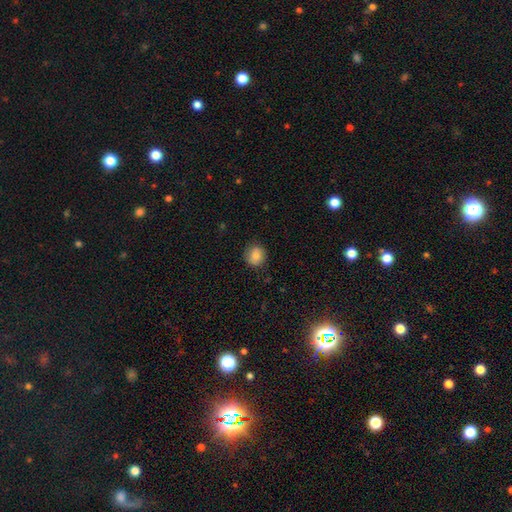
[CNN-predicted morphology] A smooth galaxy with no disk features (84%) that is round (84%). Merging: none (85%).